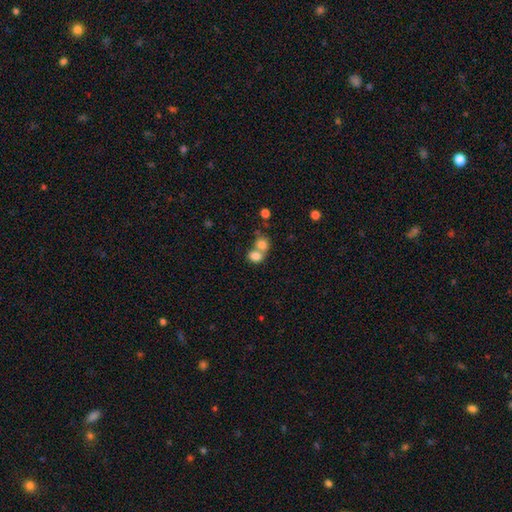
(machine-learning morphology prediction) Q: Smooth or featured?
A: smooth (79%); runner-up: featured or disk (11%)
Q: How rounded?
A: round (50%); runner-up: in between (49%)
Q: Merging?
A: merger (63%); runner-up: none (27%)